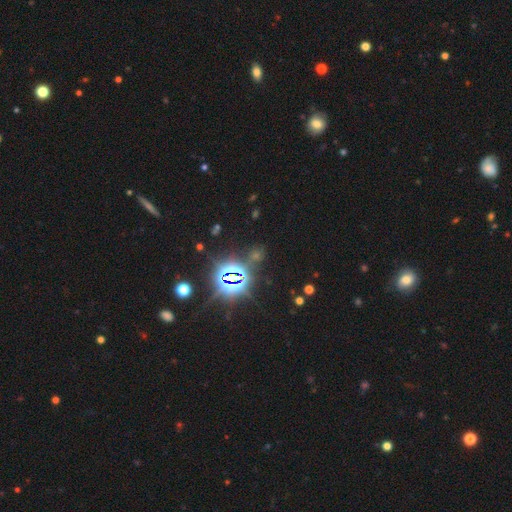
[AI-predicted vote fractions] Overall: star or artifact (79%).